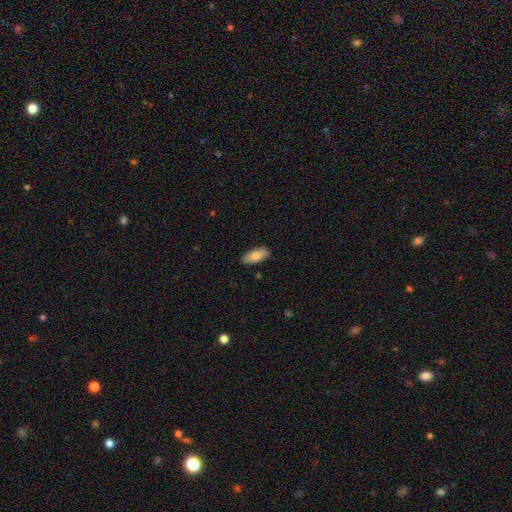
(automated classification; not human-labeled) The model was most divided on "smooth or featured": smooth: 81%, featured or disk: 13%, star or artifact: 6%. More confident: merging — none (87%); how rounded — in between (84%).